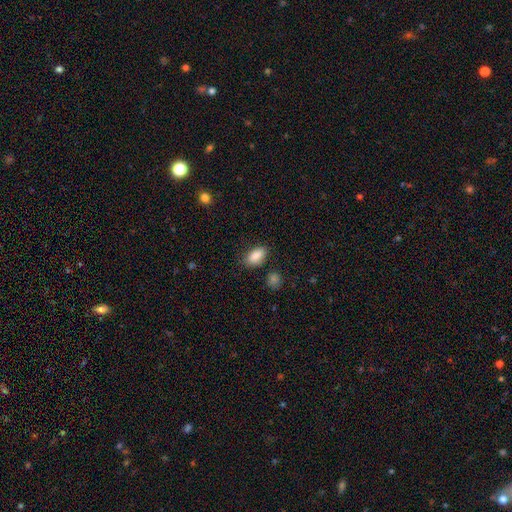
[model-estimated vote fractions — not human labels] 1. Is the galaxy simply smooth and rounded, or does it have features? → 86% smooth, 8% star or artifact, 6% featured or disk.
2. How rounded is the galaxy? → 91% in between, 5% round, 4% cigar-shaped.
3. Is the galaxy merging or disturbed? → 79% none, 14% minor disturbance, 3% merger, 3% major disturbance.